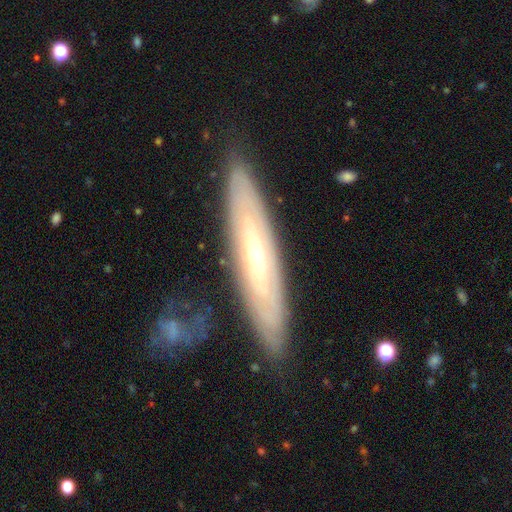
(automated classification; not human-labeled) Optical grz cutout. It shows a featured or disk galaxy (72%). Merging: none (84%).